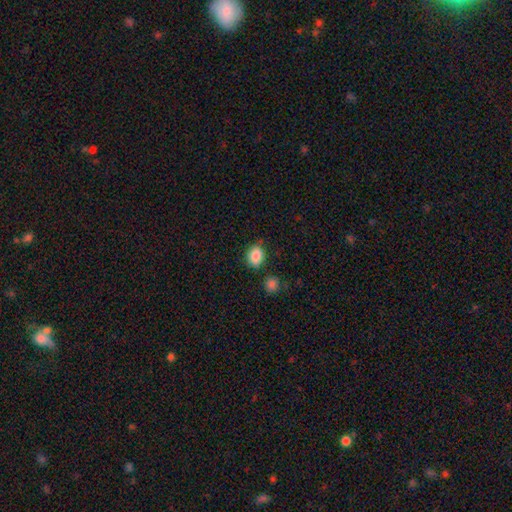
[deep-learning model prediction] smooth-or-featured: smooth: 86% | star or artifact: 9% | featured or disk: 5%
  how-rounded: in between: 54% | round: 45% | cigar-shaped: 1%
  merging: none: 78% | minor disturbance: 14% | merger: 5% | major disturbance: 3%